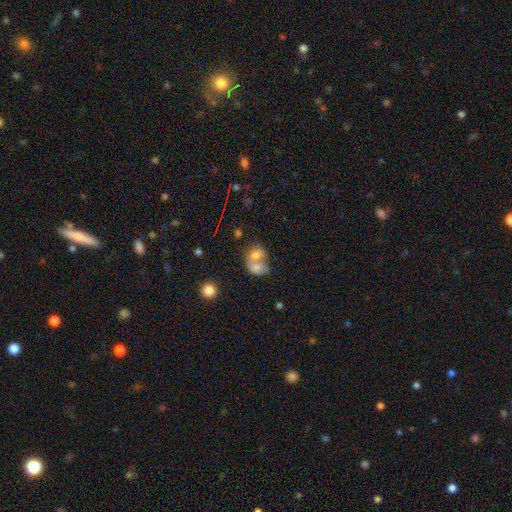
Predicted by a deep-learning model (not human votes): Overall: smooth (59%; featured or disk 29%). How rounded: in between (54%; round 45%). Merging: merger (71%).